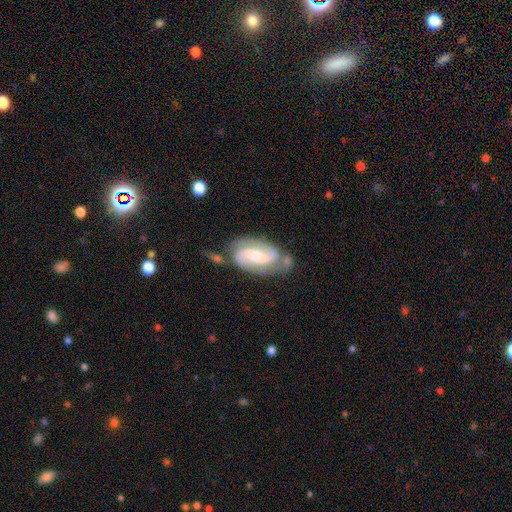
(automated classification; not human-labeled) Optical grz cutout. It shows a featured or disk galaxy (83%) with a weak bar (41%, tied with no), 2 (88%) medium (50%) spiral arms (96%) and a moderate central bulge (54%). Merging: none (59%).